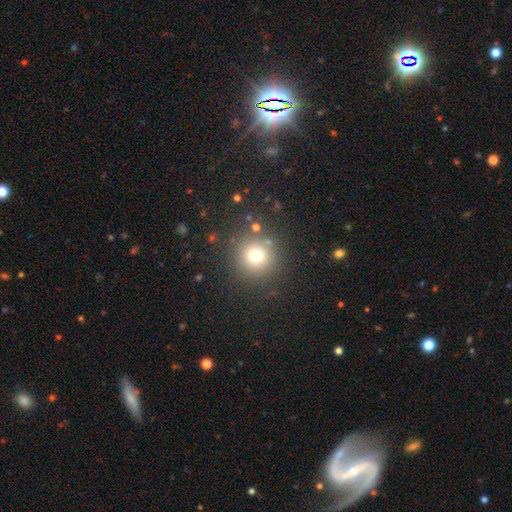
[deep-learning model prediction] smooth 74%, star or artifact 17%, featured or disk 9%. Down the decision tree: how rounded — round (93%); merging — none (85%).